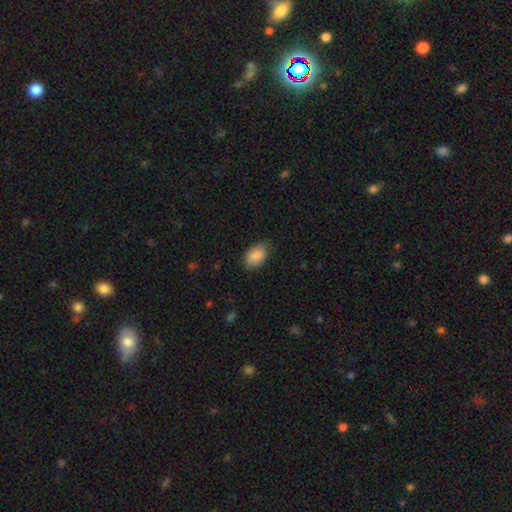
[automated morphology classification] smooth 87%, star or artifact 7%, featured or disk 6%. Down the decision tree: how rounded — in between (87%); merging — none (74%).